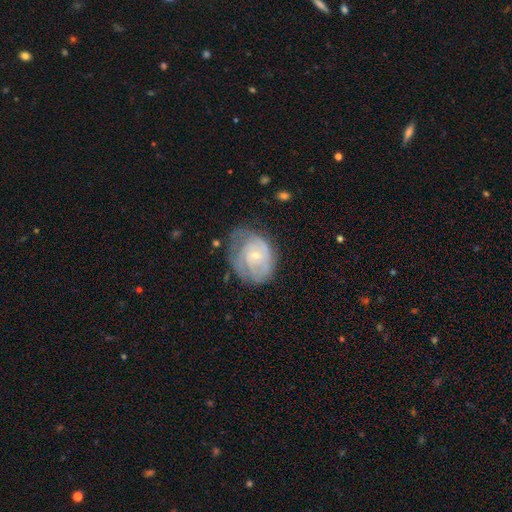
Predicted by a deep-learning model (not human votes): Overall: featured or disk (72%). Edge-on disk: no (97%). Bar: no (70%). Spiral arms: yes (85%). Spiral arm count: can't tell (45%; 2 28%). Spiral winding: tight (64%; medium 27%). Bulge size: small (71%). Merging: none (54%; minor disturbance 29%).